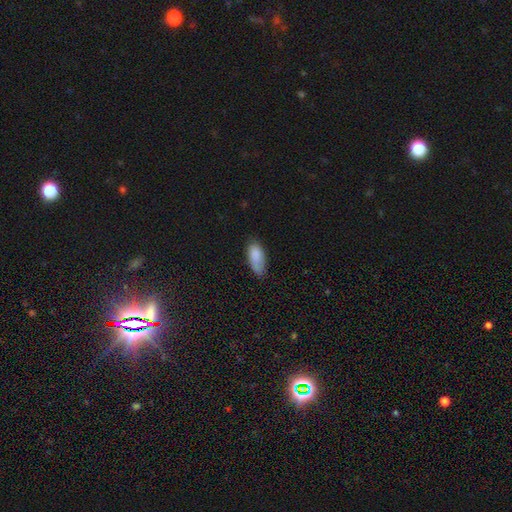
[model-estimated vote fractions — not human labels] Morphology: type=smooth (85%); roundness=in between (86%); merging=none (63%).